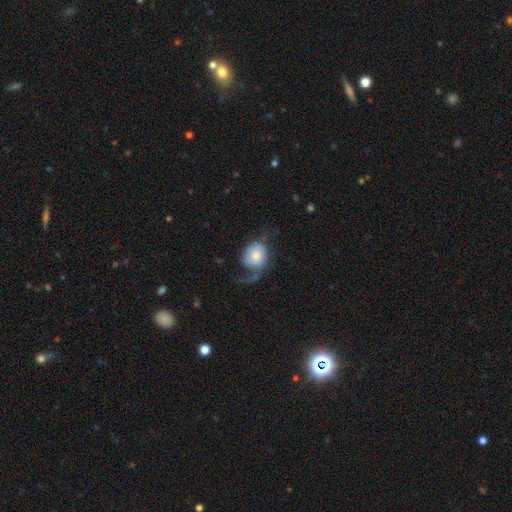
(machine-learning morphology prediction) The model was most divided on "merging": major disturbance: 40%, none: 34%, minor disturbance: 23%, merger: 3%. Remaining: smooth or featured — featured or disk (50%).